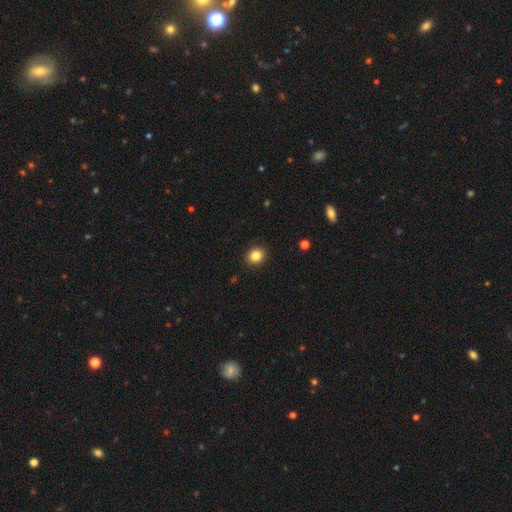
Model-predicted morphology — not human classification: Overall: smooth (84%). How rounded: round (71%). Merging: none (90%).